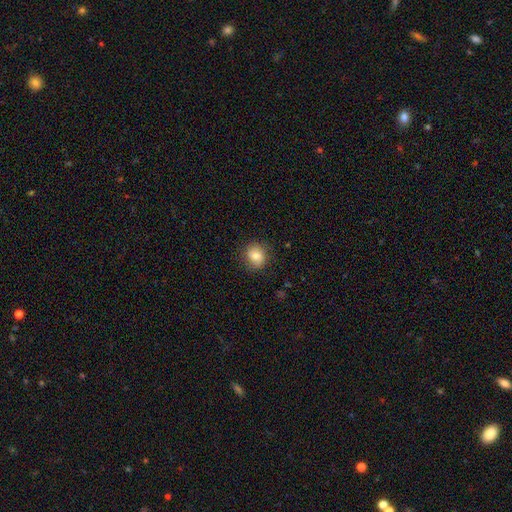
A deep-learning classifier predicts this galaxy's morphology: smooth-or-featured: smooth: 79% | featured or disk: 12% | star or artifact: 9%
  how-rounded: round: 73% | in between: 26% | cigar-shaped: 1%
  merging: none: 81% | minor disturbance: 14% | major disturbance: 4% | merger: 1%